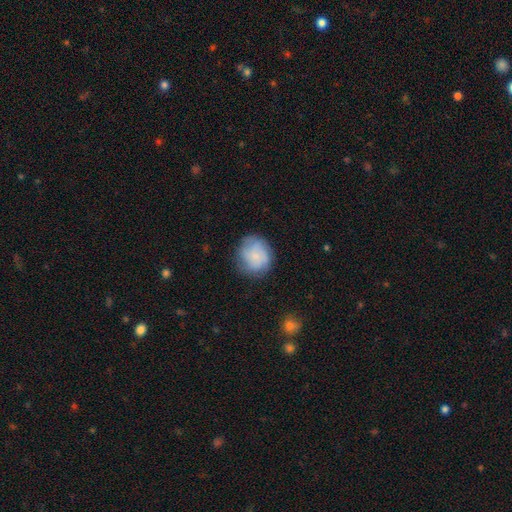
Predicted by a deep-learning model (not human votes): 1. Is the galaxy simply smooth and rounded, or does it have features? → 65% smooth, 26% featured or disk, 9% star or artifact.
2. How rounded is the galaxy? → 82% round, 17% in between, 1% cigar-shaped.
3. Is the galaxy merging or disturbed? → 73% none, 19% minor disturbance, 7% major disturbance, 1% merger.